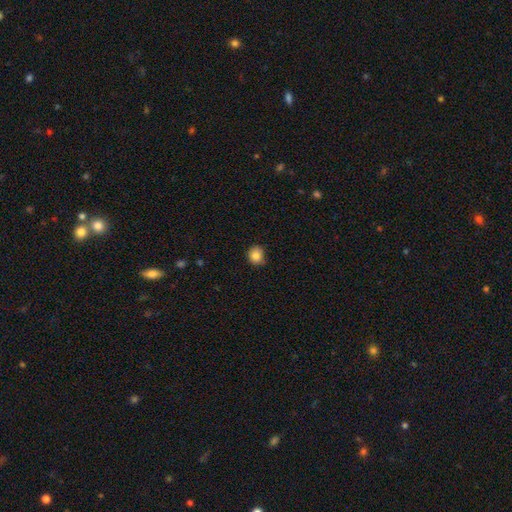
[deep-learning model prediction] Smooth or featured?
  - smooth: 84% *
  - star or artifact: 10%
  - featured or disk: 6%
How rounded?
  - round: 83% *
  - in between: 16%
  - cigar-shaped: 1%
Merging?
  - none: 77% *
  - minor disturbance: 19%
  - major disturbance: 3%
  - merger: 1%